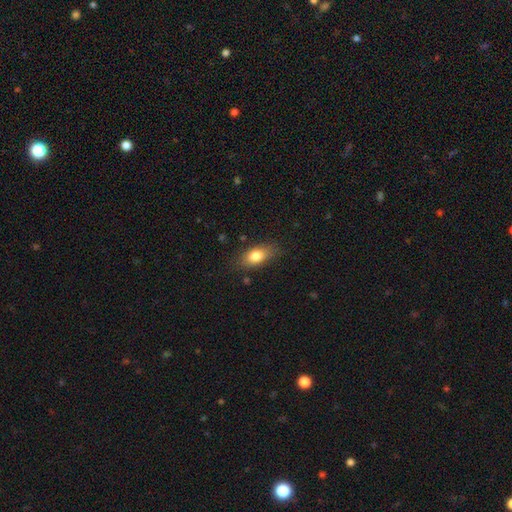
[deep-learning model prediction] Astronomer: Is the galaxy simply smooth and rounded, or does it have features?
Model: smooth — 79%.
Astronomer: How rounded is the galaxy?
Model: in between — 83%.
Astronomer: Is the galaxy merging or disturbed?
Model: none — 79%.